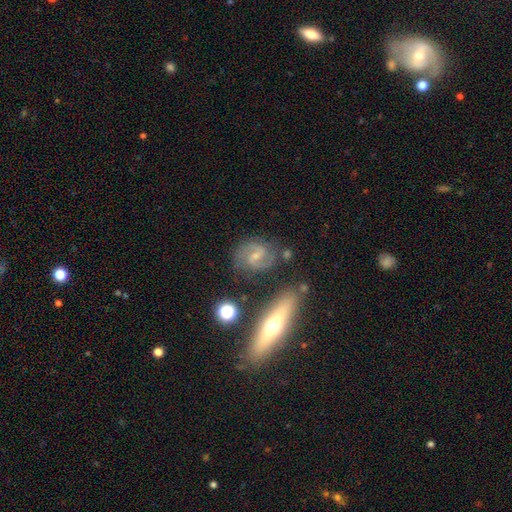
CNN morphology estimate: smooth-or-featured: featured or disk: 83% | smooth: 11% | star or artifact: 7%
  disk-edge-on: no: 95% | yes: 5%
    bar: weak: 52% | no: 30% | strong: 18%
    has-spiral-arms: yes: 95% | no: 5%
      spiral-winding: medium: 54% | loose: 23% | tight: 23%
      spiral-arm-count: 2: 91% | can't tell: 4% | 3: 2% | 1: 1% | 4: 1% | more than 4: 1%
    bulge-size: small: 62% | moderate: 29% | none: 6% | large: 1% | dominant: 1%
  merging: none: 77% | minor disturbance: 14% | major disturbance: 5% | merger: 4%